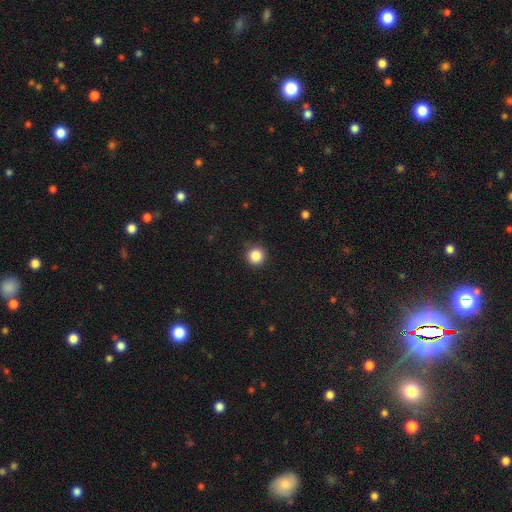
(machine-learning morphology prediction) This is clearly a smooth galaxy (86%). How rounded: clearly round (95%). Merging: clearly none (91%).